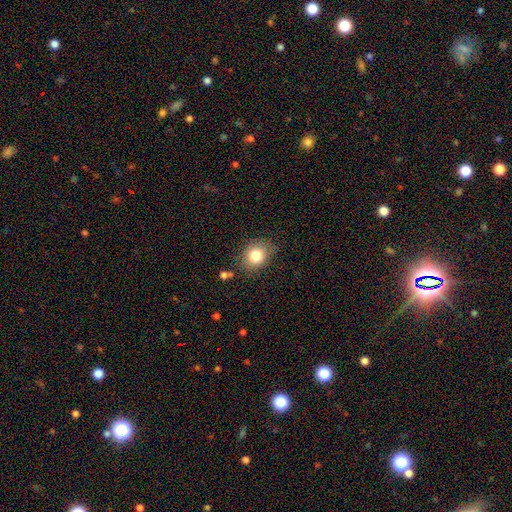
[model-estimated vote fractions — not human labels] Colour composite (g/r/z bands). It shows a smooth galaxy with no disk features (79%) that is round (54%). Merging: none (76%).